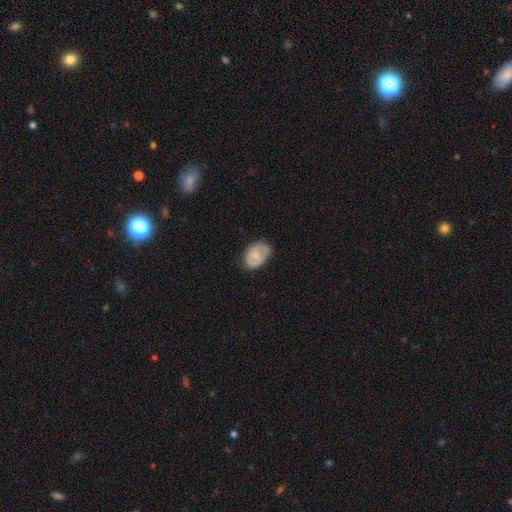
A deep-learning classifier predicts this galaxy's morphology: smooth-or-featured: smooth: 63% | featured or disk: 31% | star or artifact: 7%
  how-rounded: in between: 79% | round: 20% | cigar-shaped: 1%
  merging: none: 68% | minor disturbance: 25% | major disturbance: 6% | merger: 1%